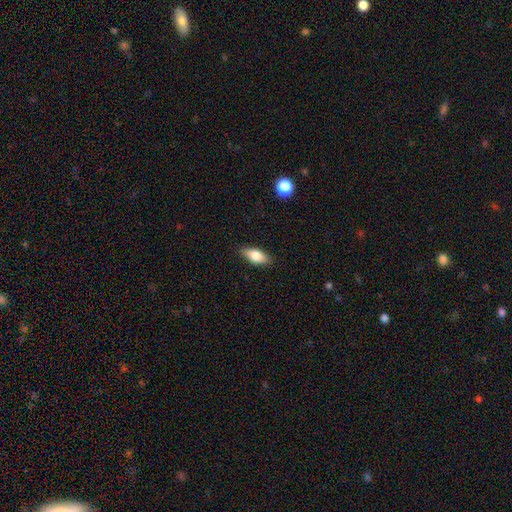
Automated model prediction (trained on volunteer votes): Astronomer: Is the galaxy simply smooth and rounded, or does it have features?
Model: smooth — 74%.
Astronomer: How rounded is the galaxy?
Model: in between — 80%.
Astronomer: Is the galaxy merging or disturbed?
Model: none — 87%.